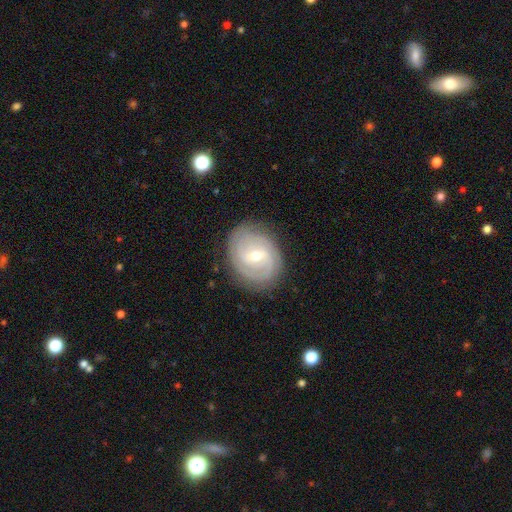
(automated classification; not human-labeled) This is clearly a featured or disk galaxy (84%). It is clearly not viewed edge-on (97%). Bar: possibly weak (57%). Spiral arm pattern: clearly yes (95%). Spiral arm count: marginally 2 (37%). Spiral winding: likely tight (72%). Central bulge: possibly moderate (51%). Merging: clearly none (83%).